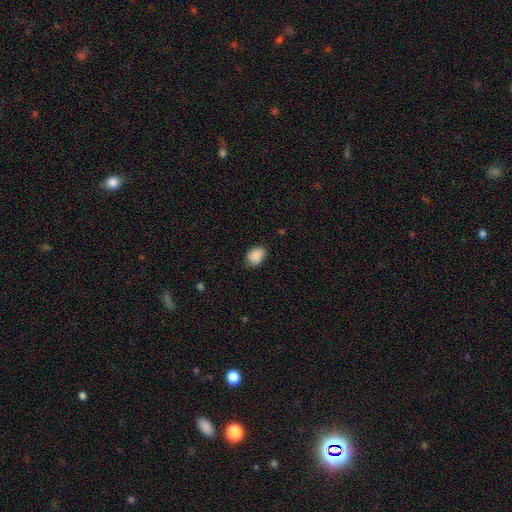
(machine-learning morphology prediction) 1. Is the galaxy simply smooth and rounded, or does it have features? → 87% smooth, 8% star or artifact, 5% featured or disk.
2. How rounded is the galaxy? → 57% in between, 42% round, 1% cigar-shaped.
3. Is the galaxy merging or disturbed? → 75% none, 20% minor disturbance, 3% major disturbance, 1% merger.